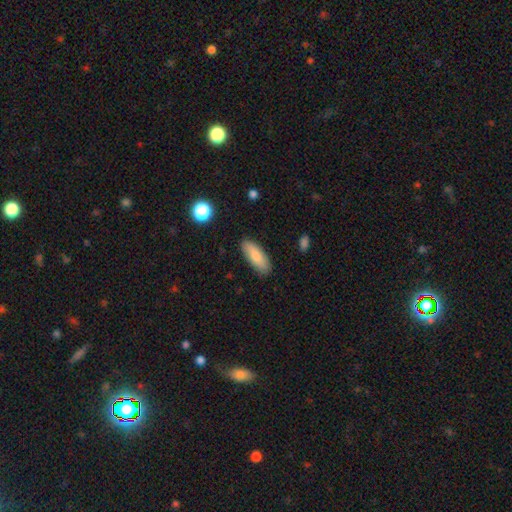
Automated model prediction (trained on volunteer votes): Smooth or featured?
  - smooth: 83% *
  - featured or disk: 11%
  - star or artifact: 6%
How rounded?
  - in between: 71% *
  - cigar-shaped: 27%
  - round: 2%
Merging?
  - none: 86% *
  - minor disturbance: 10%
  - major disturbance: 2%
  - merger: 1%